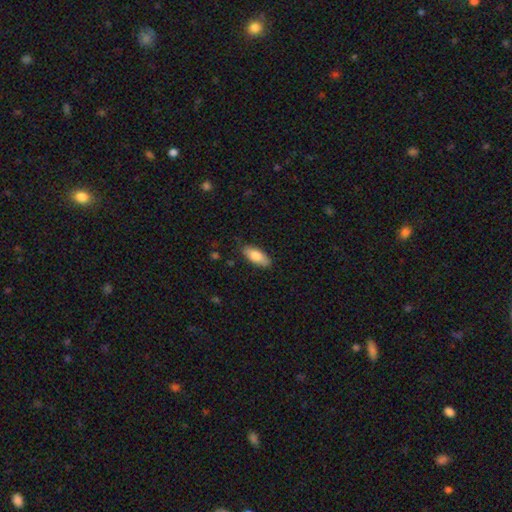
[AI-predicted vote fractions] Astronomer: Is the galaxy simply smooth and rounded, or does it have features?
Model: smooth — 80%.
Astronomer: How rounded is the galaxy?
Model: in between — 82%.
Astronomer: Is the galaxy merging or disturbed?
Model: none — 84%.